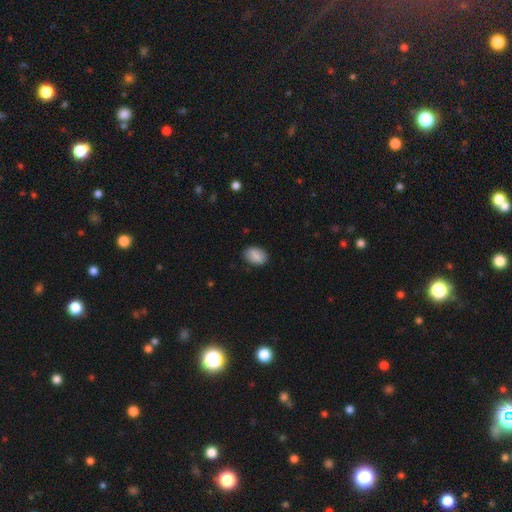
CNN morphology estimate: This is clearly a smooth galaxy (88%). How rounded: clearly in between (84%). Merging: clearly none (85%).